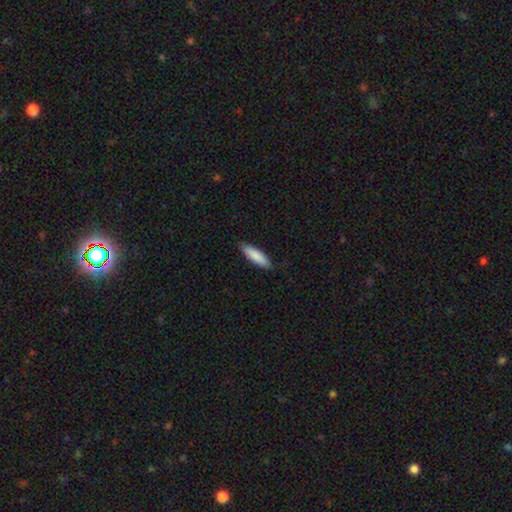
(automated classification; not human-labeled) Smooth or featured? smooth (86%)
How rounded? cigar-shaped (59%)
Merging? none (86%)